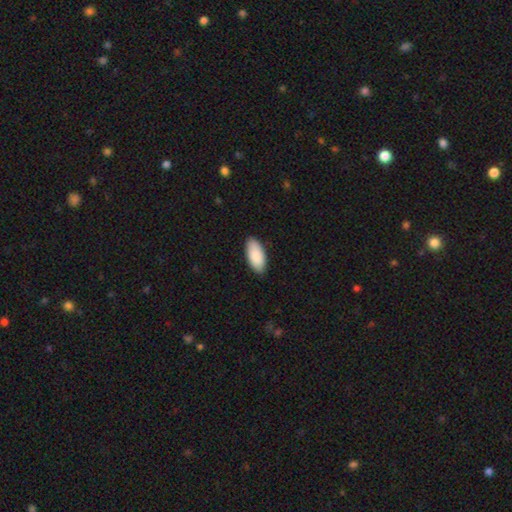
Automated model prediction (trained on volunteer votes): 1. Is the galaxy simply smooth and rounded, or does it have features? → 89% smooth, 6% featured or disk, 5% star or artifact.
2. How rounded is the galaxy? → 92% in between, 6% cigar-shaped, 2% round.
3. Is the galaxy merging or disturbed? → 87% none, 11% minor disturbance, 2% major disturbance, 1% merger.